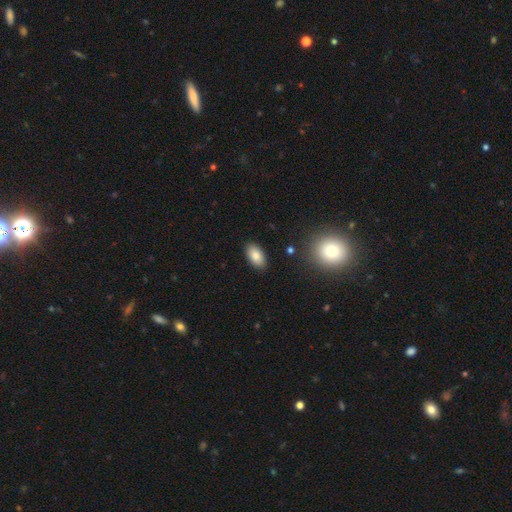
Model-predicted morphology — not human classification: Smooth or featured?
  - smooth: 82% *
  - featured or disk: 10%
  - star or artifact: 9%
How rounded?
  - in between: 94% *
  - round: 4%
  - cigar-shaped: 3%
Merging?
  - none: 87% *
  - minor disturbance: 9%
  - major disturbance: 2%
  - merger: 1%